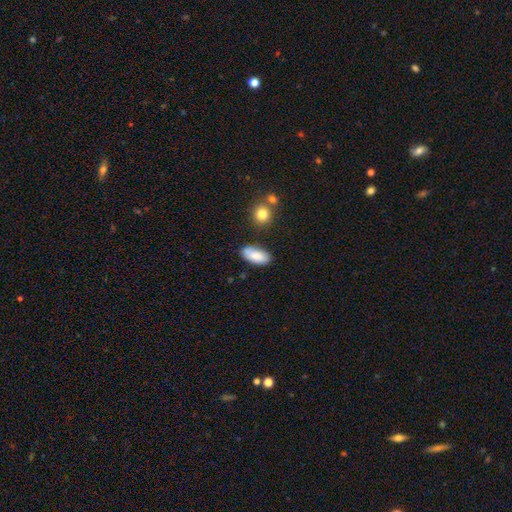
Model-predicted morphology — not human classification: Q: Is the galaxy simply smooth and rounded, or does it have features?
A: smooth — 83%.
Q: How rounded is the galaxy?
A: in between — 90%.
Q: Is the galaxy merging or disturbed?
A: none — 74%.